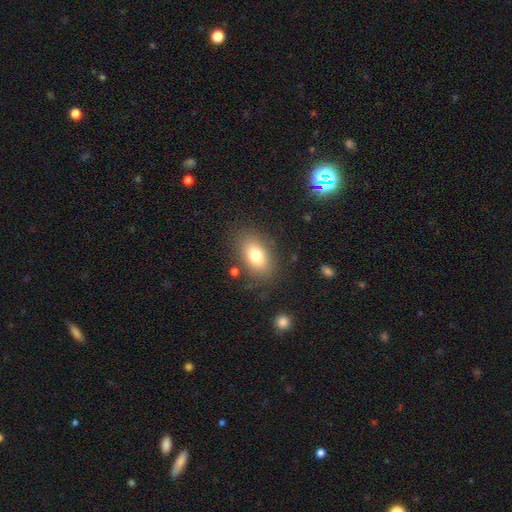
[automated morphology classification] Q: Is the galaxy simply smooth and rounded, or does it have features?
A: smooth — 79%.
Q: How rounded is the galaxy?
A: in between — 88%.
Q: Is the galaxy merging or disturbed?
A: none — 80%.